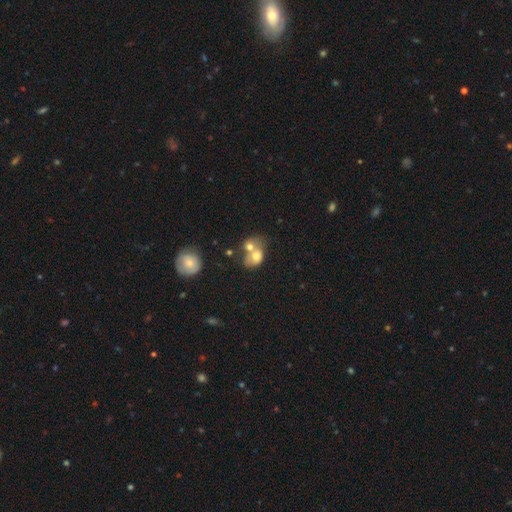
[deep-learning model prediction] Morphology: type=smooth (65%); roundness=in between (54%); merging=merger (69%).